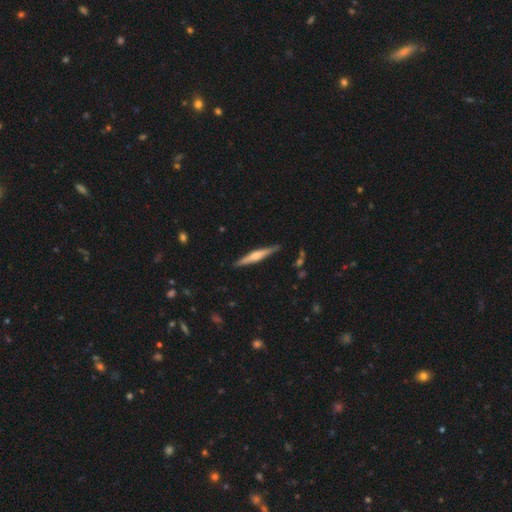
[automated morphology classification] The model was most divided on "smooth or featured": featured or disk: 63%, smooth: 32%, star or artifact: 6%. More confident: edge-on disk — yes (98%); merging — none (89%); edge-on bulge — rounded (74%).